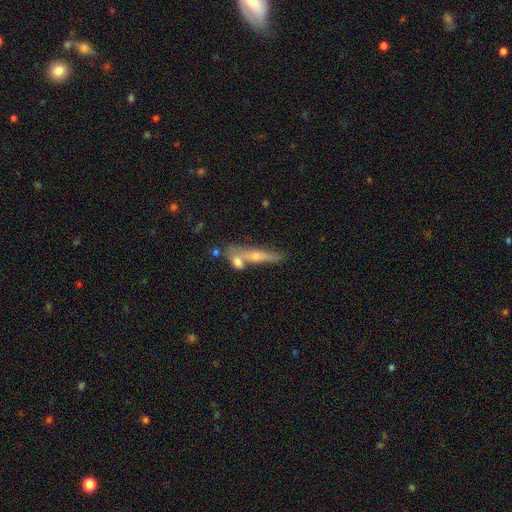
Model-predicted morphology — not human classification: Smooth or featured? Predicted: featured or disk (p=0.52). Edge-on disk? Predicted: yes (p=0.80). Merging? Predicted: none (p=0.48).